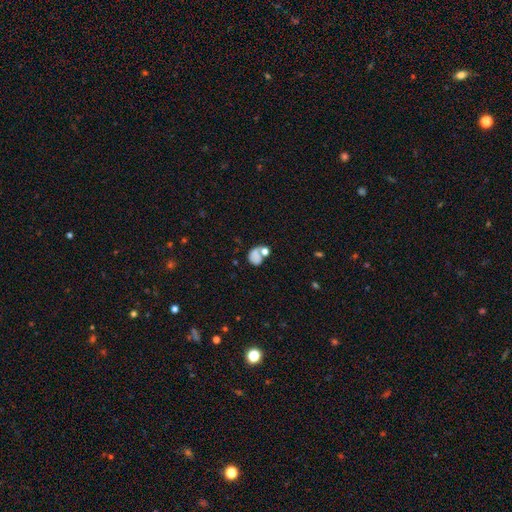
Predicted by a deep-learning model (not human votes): This is likely a smooth galaxy (70%). How rounded: possibly round (52%). Merging: marginally none (38%).